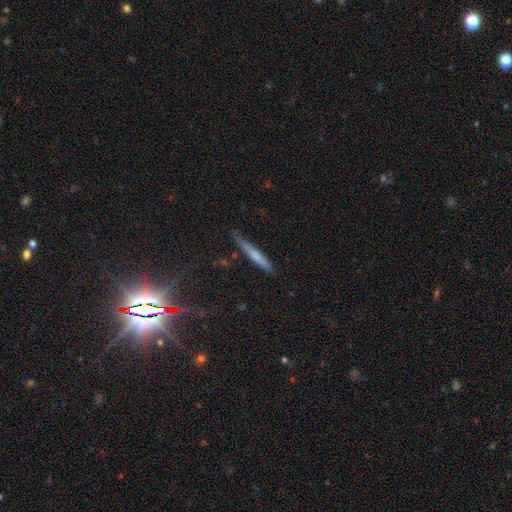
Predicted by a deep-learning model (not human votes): smooth 60%, featured or disk 33%, star or artifact 7%. Down the decision tree: how rounded — cigar-shaped (95%); merging — none (74%).